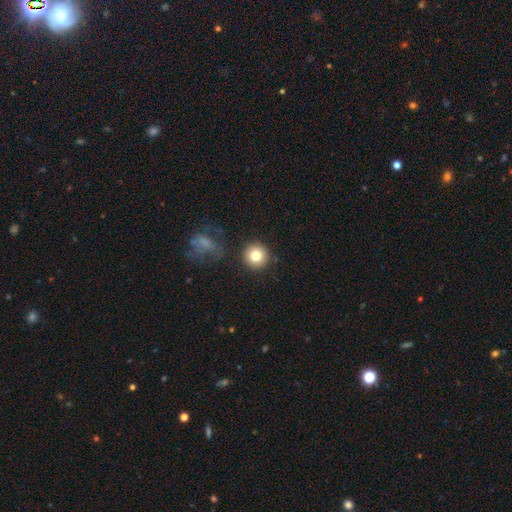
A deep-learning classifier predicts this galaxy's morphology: Smooth or featured? smooth (81%)
How rounded? round (94%)
Merging? none (87%)